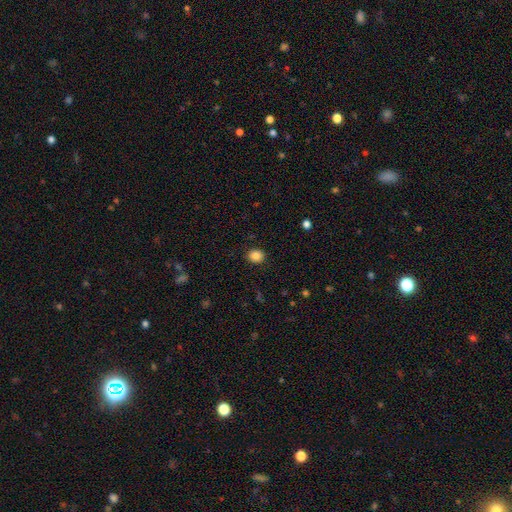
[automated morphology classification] This appears to be a smooth galaxy with no disk features (86%) that is round (72%). Merging: none (90%).